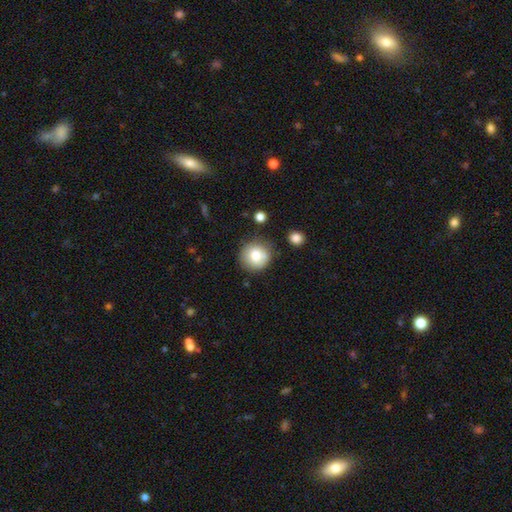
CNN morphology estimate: type=smooth (78%); roundness=round (93%); merging=none (79%).